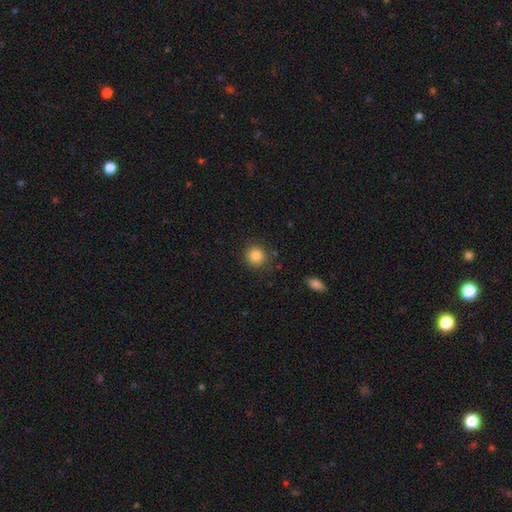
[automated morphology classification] Overall: smooth (84%). How rounded: round (91%). Merging: none (87%).